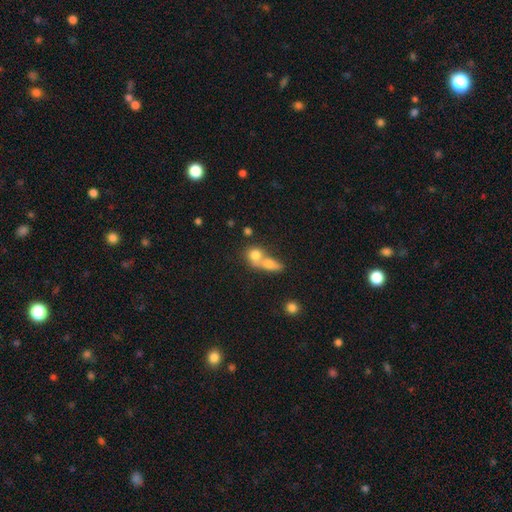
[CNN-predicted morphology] A smooth galaxy with no disk features (76%) that is round (60%). Merging: merger (66%).